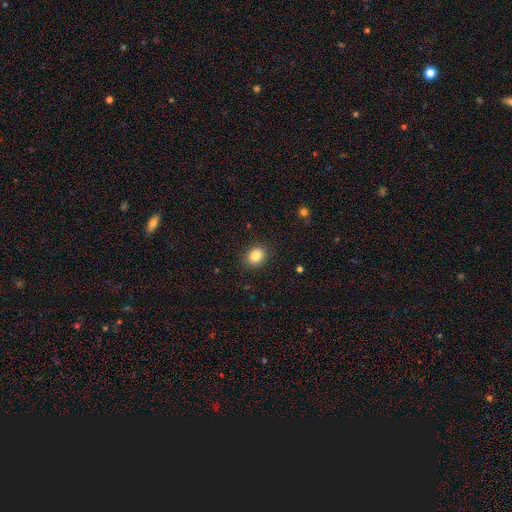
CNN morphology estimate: A smooth galaxy with no disk features (84%) that is round (67%).

Vote fractions:
- Smooth or featured? smooth: 84% / star or artifact: 10% / featured or disk: 6%
- How rounded? round: 67% / in between: 32% / cigar-shaped: 1%
- Merging? none: 89% / minor disturbance: 8% / major disturbance: 2% / merger: 1%